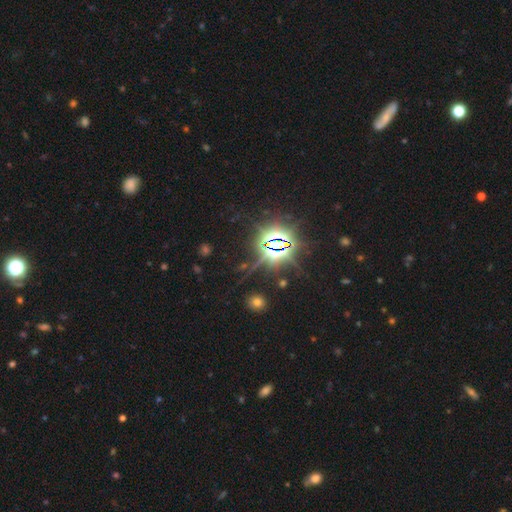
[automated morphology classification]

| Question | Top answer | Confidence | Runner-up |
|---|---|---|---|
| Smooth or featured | star or artifact | 82% | smooth (11%) |